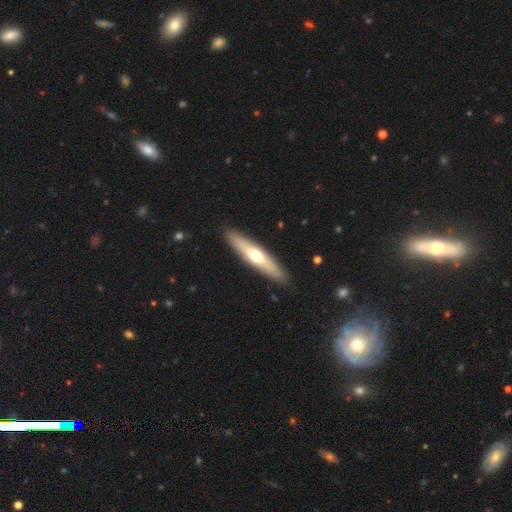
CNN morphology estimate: Smooth or featured? featured or disk (50%)
Merging? none (90%)